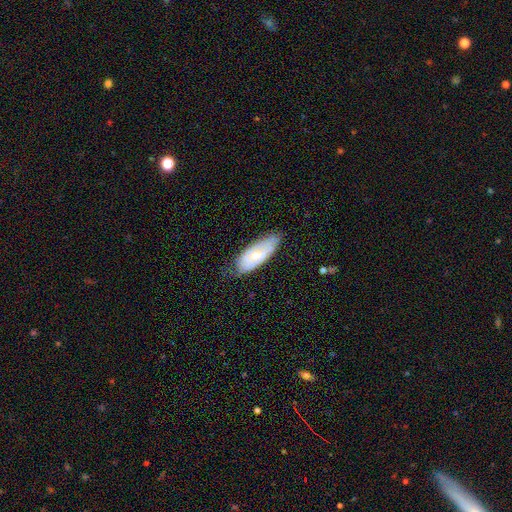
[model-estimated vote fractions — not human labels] A featured or disk galaxy (56%).

Vote fractions:
- Smooth or featured? featured or disk: 56% / smooth: 37% / star or artifact: 6%
- Edge-on disk? no: 86% / yes: 14%
- Merging? none: 64% / minor disturbance: 28% / major disturbance: 6% / merger: 2%